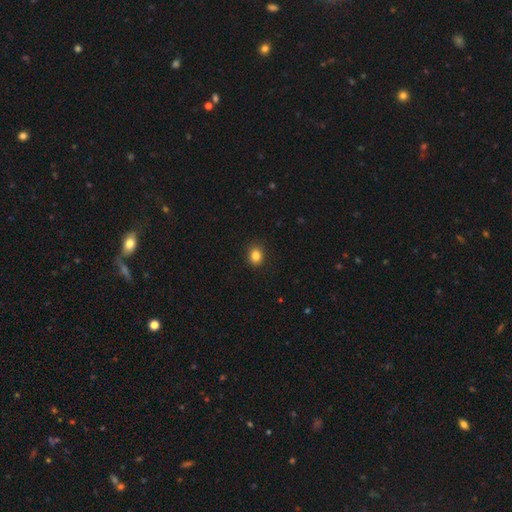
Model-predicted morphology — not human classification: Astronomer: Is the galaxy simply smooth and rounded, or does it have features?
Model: smooth — 84%.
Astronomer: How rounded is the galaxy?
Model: round — 61% (runner-up: in between, 38%).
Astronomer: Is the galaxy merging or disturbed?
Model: none — 90%.